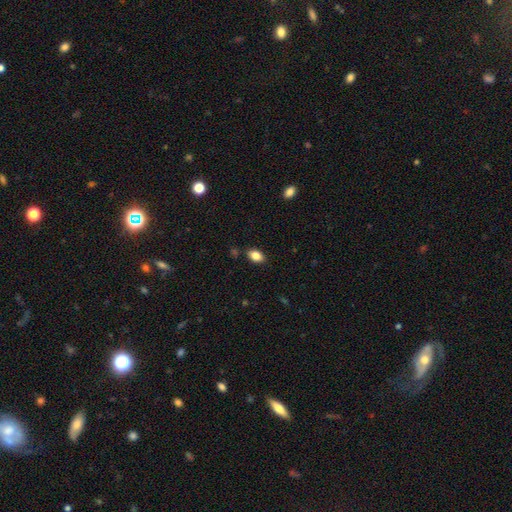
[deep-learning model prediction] Smooth or featured? Predicted: smooth (p=0.86). How rounded? Predicted: in between (p=0.86). Merging? Predicted: none (p=0.85).